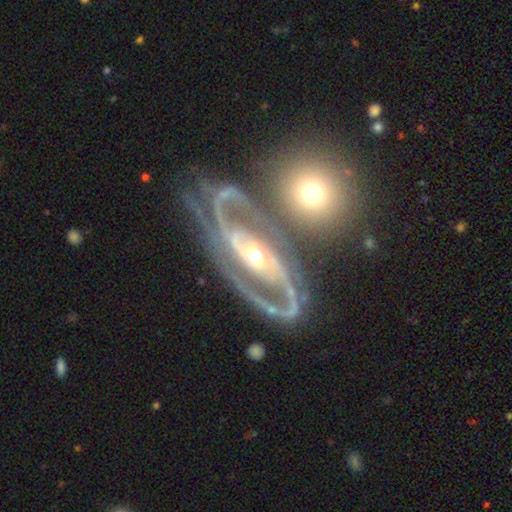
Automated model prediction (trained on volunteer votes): Overall: featured or disk (88%). Edge-on disk: no (95%). Bar: no (39%; strong 33%). Spiral arms: yes (88%). Spiral arm count: 2 (75%). Spiral winding: medium (45%; tight 32%). Bulge size: moderate (57%; small 36%). Merging: none (40%; merger 25%).